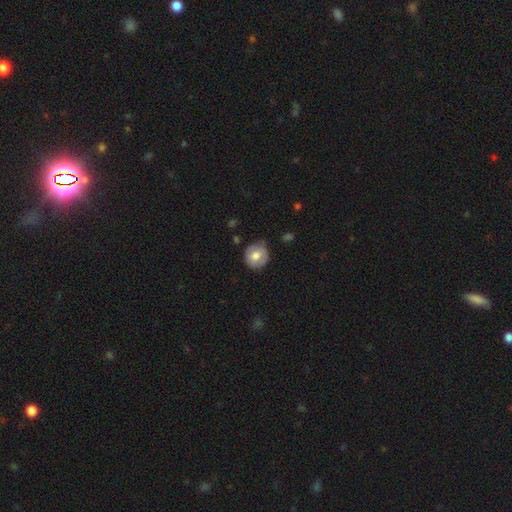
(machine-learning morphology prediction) smooth_or_featured: smooth (p=0.73) [alt: featured or disk p=0.20]
how_rounded: round (p=0.83) [alt: in between p=0.16]
merging: none (p=0.71) [alt: minor disturbance p=0.23]